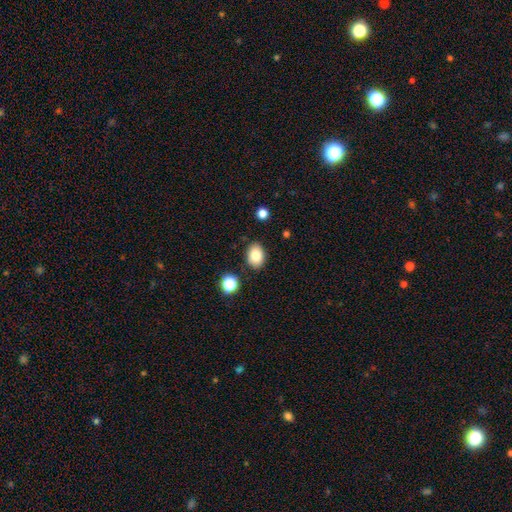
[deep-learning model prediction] Smooth or featured: smooth — 82% (star or artifact — 9%)
How rounded: in between — 75% (round — 24%)
Merging: none — 85% (minor disturbance — 10%)